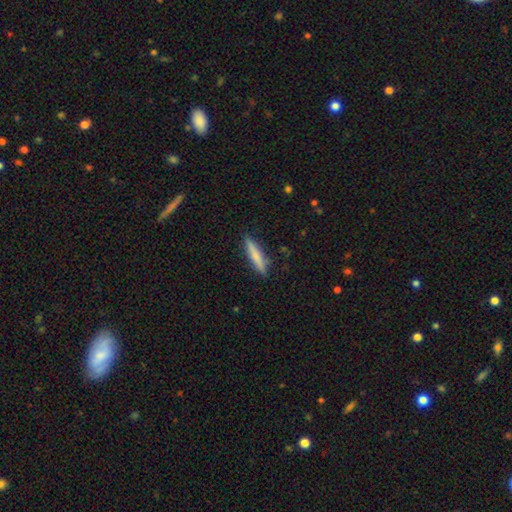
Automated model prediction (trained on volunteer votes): Overall: smooth (72%). How rounded: cigar-shaped (89%). Merging: none (88%).